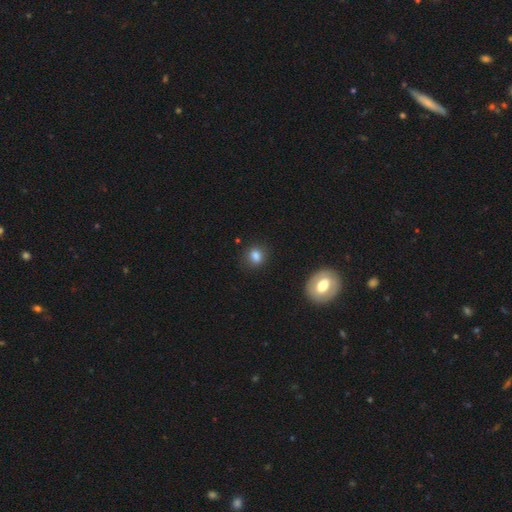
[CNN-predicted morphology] Q: Smooth or featured?
A: smooth (82%); runner-up: star or artifact (11%)
Q: How rounded?
A: round (63%); runner-up: in between (36%)
Q: Merging?
A: none (80%); runner-up: minor disturbance (13%)